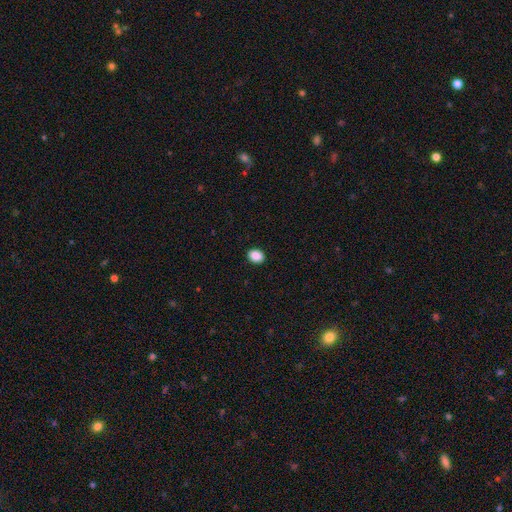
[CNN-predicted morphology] Overall: smooth (89%). How rounded: in between (63%; round 36%). Merging: none (91%).